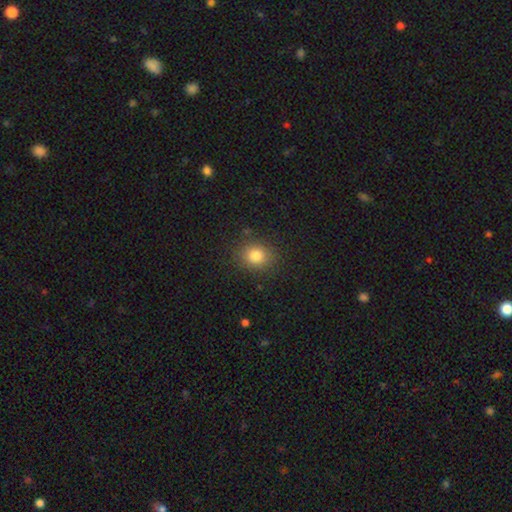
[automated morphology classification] A smooth galaxy with no disk features (81%) that is round (69%). Merging: none (86%).